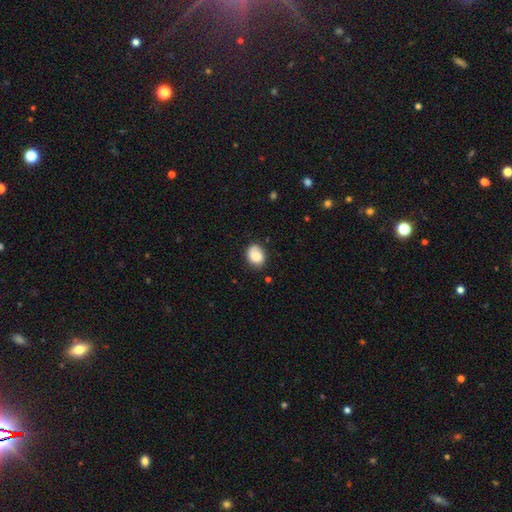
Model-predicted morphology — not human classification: Smooth or featured: smooth — 85% (featured or disk — 8%)
How rounded: in between — 61% (round — 39%)
Merging: none — 71% (minor disturbance — 22%)